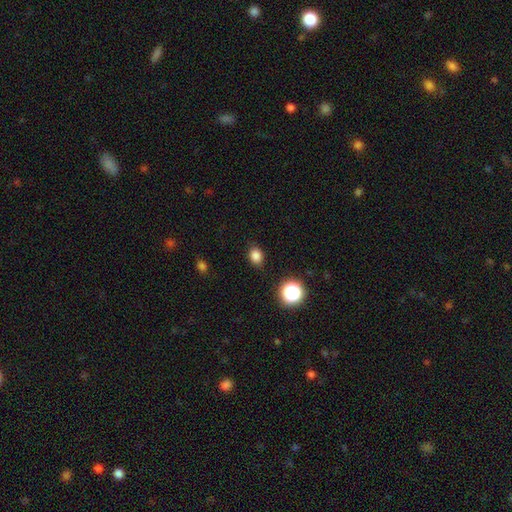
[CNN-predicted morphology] This appears to be a smooth galaxy with no disk features (82%) that is in between round and cigar-shaped (51%). Merging: none (86%).